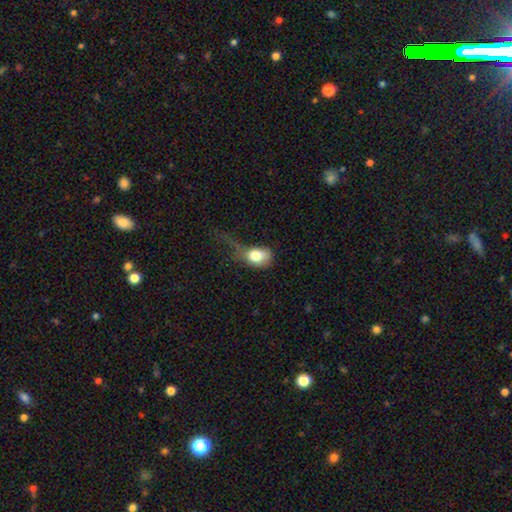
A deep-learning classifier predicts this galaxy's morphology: Smooth or featured: smooth — 76% (featured or disk — 15%)
How rounded: in between — 66% (round — 32%)
Merging: major disturbance — 48% (minor disturbance — 28%)